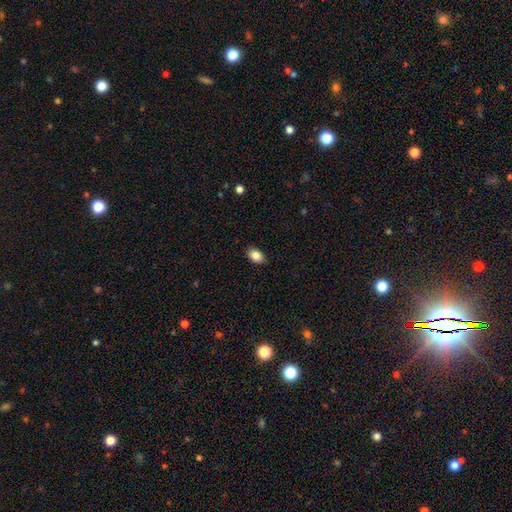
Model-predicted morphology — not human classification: type=smooth (86%); roundness=in between (84%); merging=none (87%).